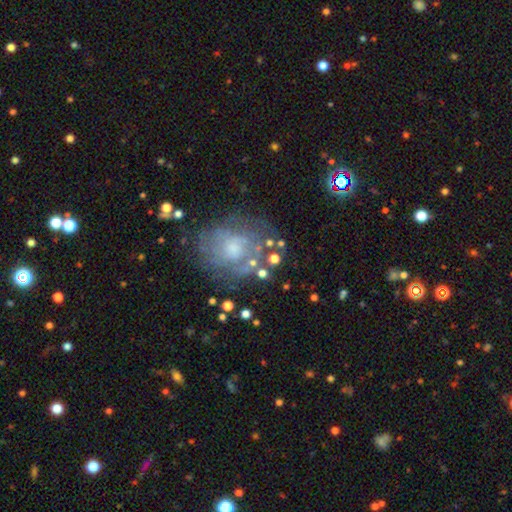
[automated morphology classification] Smooth or featured? featured or disk (40%)
Merging? none (78%)